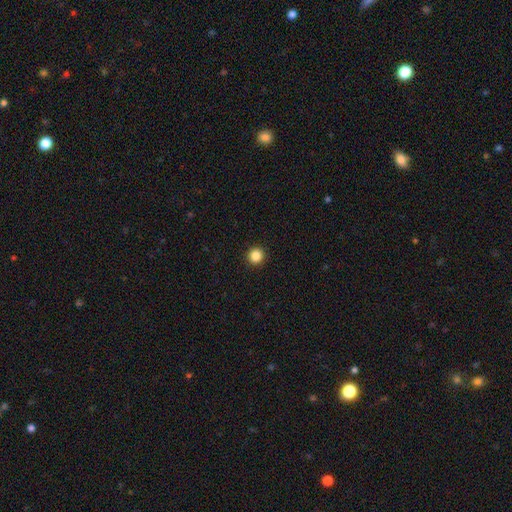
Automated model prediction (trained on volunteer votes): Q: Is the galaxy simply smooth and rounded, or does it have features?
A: smooth — 86%.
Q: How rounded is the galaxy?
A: round — 95%.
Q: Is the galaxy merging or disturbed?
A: none — 93%.